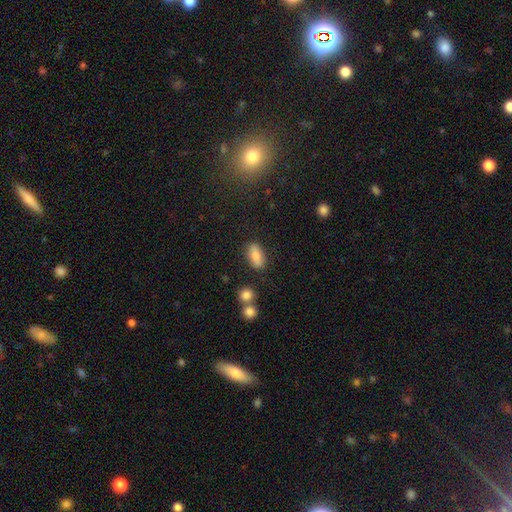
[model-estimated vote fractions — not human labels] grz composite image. It shows a smooth galaxy with no disk features (79%) that is in between round and cigar-shaped (88%). Merging: none (83%).